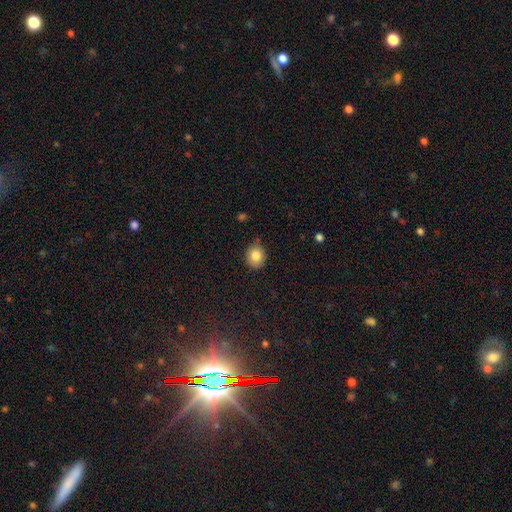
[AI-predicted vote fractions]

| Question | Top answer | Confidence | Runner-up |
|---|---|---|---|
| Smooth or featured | smooth | 83% | star or artifact (10%) |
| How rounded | round | 70% | in between (29%) |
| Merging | none | 80% | minor disturbance (16%) |